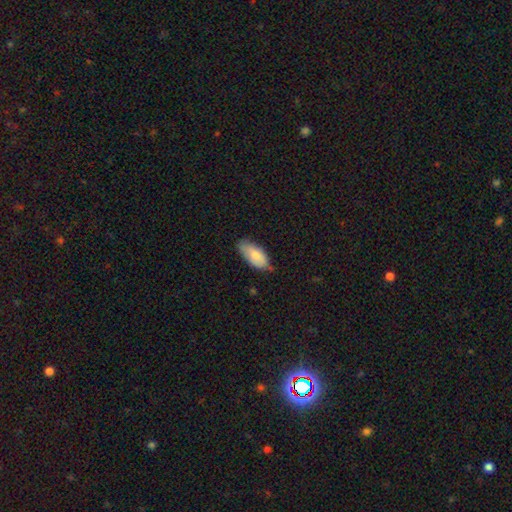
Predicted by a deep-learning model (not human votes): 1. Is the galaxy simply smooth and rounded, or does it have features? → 81% smooth, 13% featured or disk, 6% star or artifact.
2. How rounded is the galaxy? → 91% in between, 7% cigar-shaped, 2% round.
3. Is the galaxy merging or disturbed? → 64% none, 30% minor disturbance, 4% major disturbance, 2% merger.